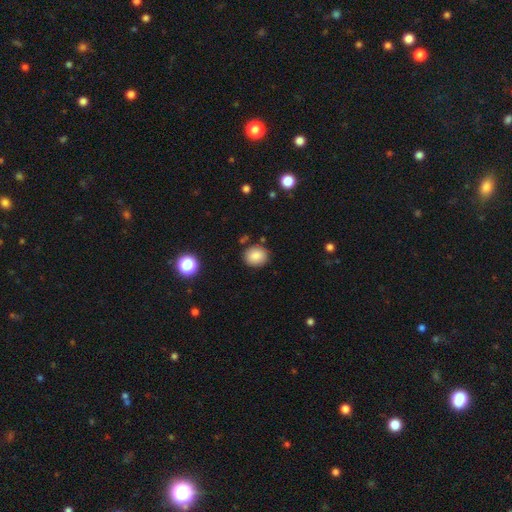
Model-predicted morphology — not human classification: smooth 86%, star or artifact 9%, featured or disk 5%. Down the decision tree: how rounded — round (69%); merging — none (85%).